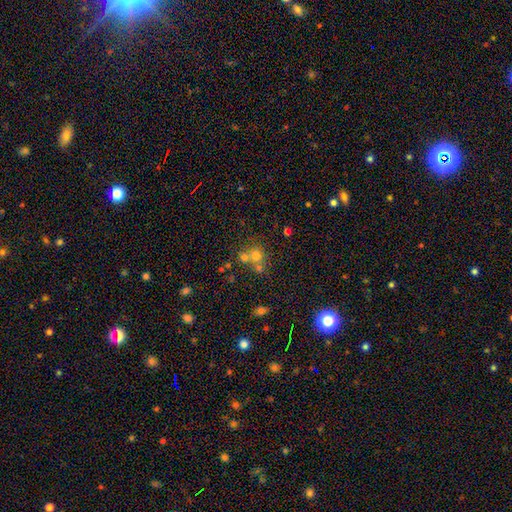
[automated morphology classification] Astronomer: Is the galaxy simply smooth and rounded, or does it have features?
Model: smooth — 65%.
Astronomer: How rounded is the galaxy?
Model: round — 85%.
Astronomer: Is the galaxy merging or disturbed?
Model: merger — 44%, tied with none at 44%.